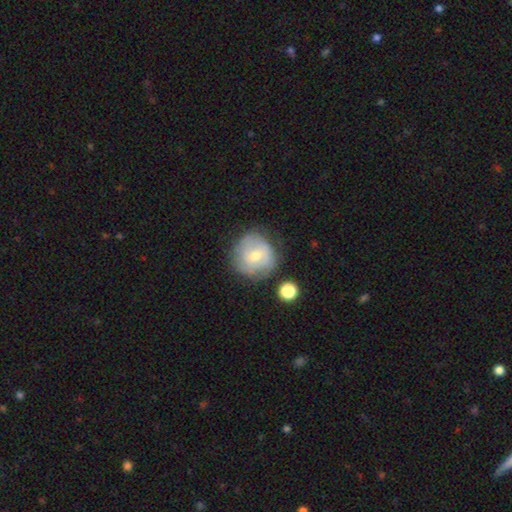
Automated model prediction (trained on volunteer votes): smooth_or_featured: smooth (p=0.51) [alt: featured or disk p=0.40]
how_rounded: round (p=0.90) [alt: in between p=0.09]
merging: none (p=0.67) [alt: minor disturbance p=0.21]